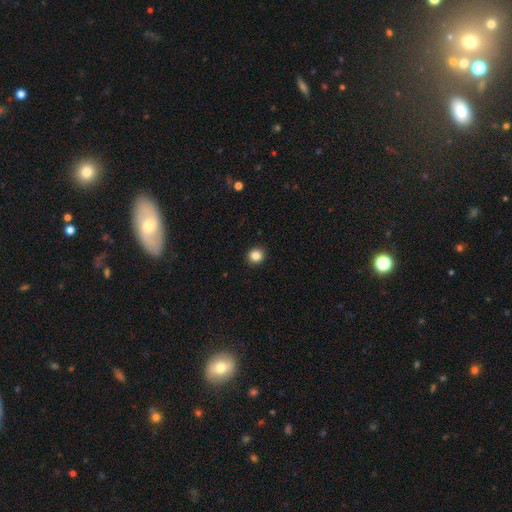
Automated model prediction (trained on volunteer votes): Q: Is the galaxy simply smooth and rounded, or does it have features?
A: smooth — 85%.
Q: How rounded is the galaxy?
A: round — 90%.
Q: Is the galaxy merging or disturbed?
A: none — 92%.